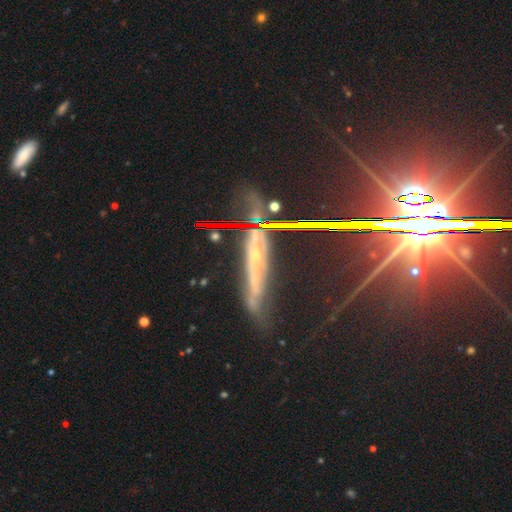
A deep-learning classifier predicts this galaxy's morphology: Overall: featured or disk (60%; star or artifact 26%). Edge-on disk: yes (76%). Merging: none (63%; minor disturbance 23%).